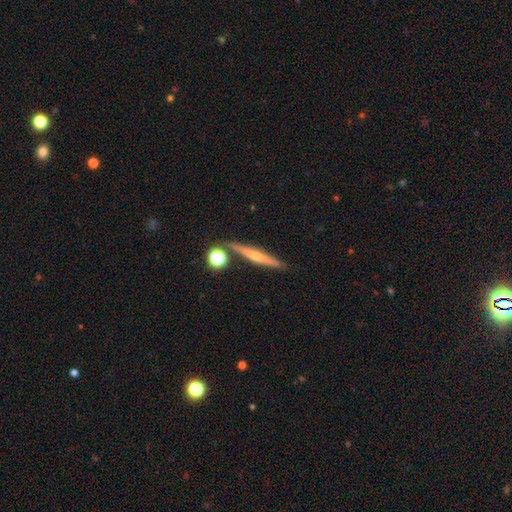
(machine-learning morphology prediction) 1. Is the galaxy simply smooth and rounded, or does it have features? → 61% featured or disk, 31% smooth, 8% star or artifact.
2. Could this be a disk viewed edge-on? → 96% yes, 4% no.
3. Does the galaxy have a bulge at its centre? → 76% rounded, 18% none, 6% boxy.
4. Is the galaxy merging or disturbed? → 80% none, 10% minor disturbance, 8% merger, 2% major disturbance.